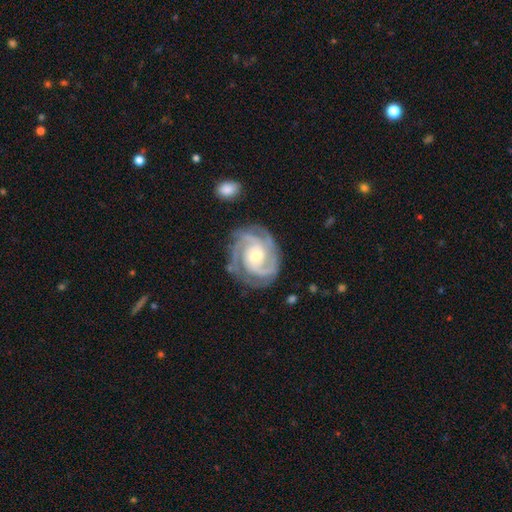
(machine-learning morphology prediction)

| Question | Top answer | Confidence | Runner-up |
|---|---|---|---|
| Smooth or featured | featured or disk | 92% | smooth (4%) |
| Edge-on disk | no | 98% | yes (2%) |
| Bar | no | 45% | weak (43%) |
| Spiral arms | yes | 98% | no (2%) |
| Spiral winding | tight | 65% | medium (31%) |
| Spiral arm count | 3 | 41% | 2 (34%) |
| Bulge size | moderate | 54% | small (37%) |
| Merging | none | 77% | minor disturbance (16%) |